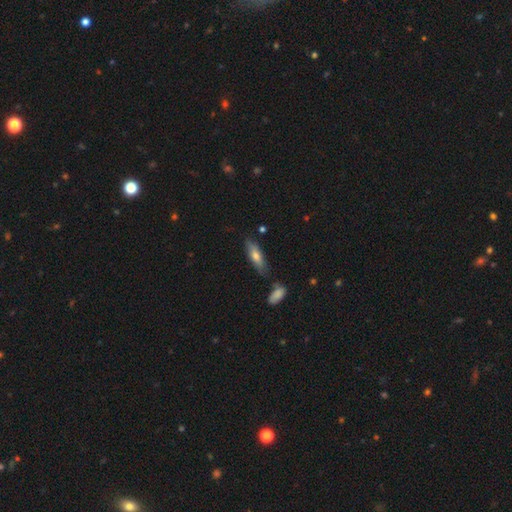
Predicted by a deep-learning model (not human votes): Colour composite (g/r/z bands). It shows a smooth galaxy with no disk features (64%) that is cigar-shaped (52%). Merging: none (71%).